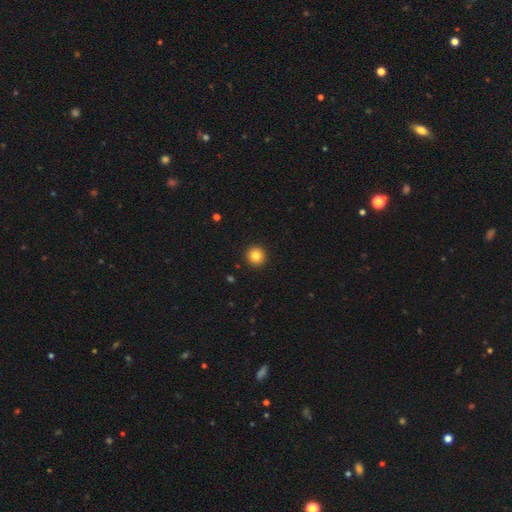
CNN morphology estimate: Smooth or featured: smooth — 83% (star or artifact — 10%)
How rounded: round — 95% (in between — 4%)
Merging: none — 93% (minor disturbance — 4%)